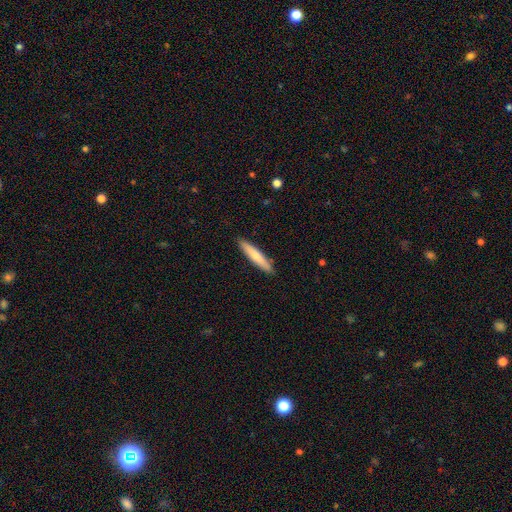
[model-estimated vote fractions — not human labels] smooth 70%, featured or disk 25%, star or artifact 5%. Down the decision tree: how rounded — cigar-shaped (90%); merging — none (90%).